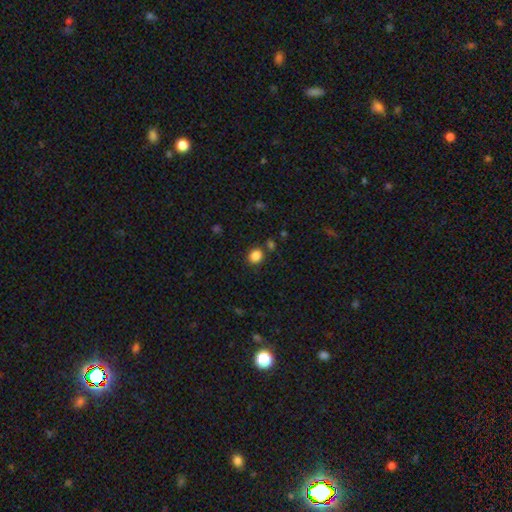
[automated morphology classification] smooth_or_featured: smooth (p=0.86) [alt: star or artifact p=0.11]
how_rounded: round (p=0.73) [alt: in between p=0.27]
merging: none (p=0.82) [alt: minor disturbance p=0.09]